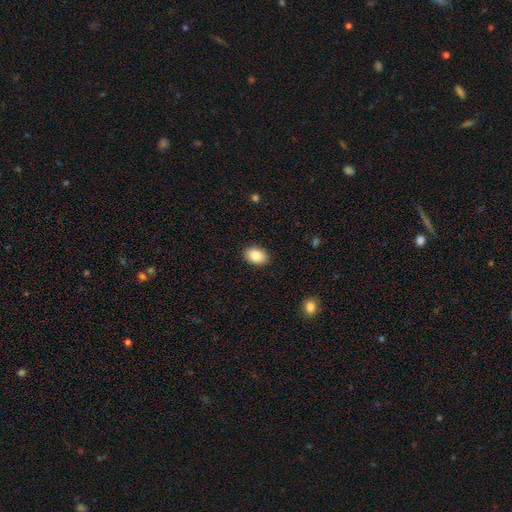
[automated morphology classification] The model was most divided on "how rounded": in between: 84%, round: 15%, cigar-shaped: 1%. More confident: merging — none (90%); smooth or featured — smooth (87%).